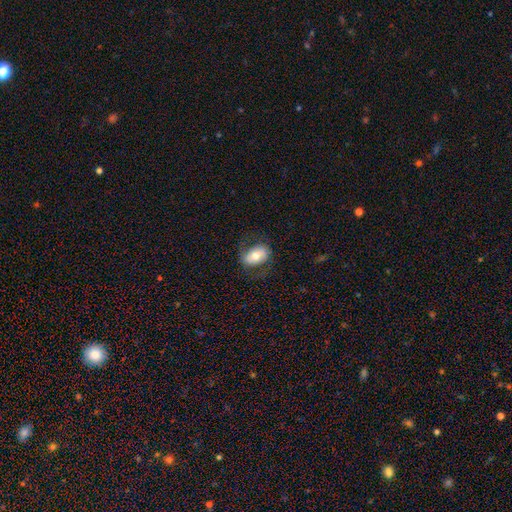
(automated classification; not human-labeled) Smooth or featured: smooth — 59% (featured or disk — 34%)
How rounded: in between — 84% (round — 14%)
Merging: none — 72% (minor disturbance — 16%)